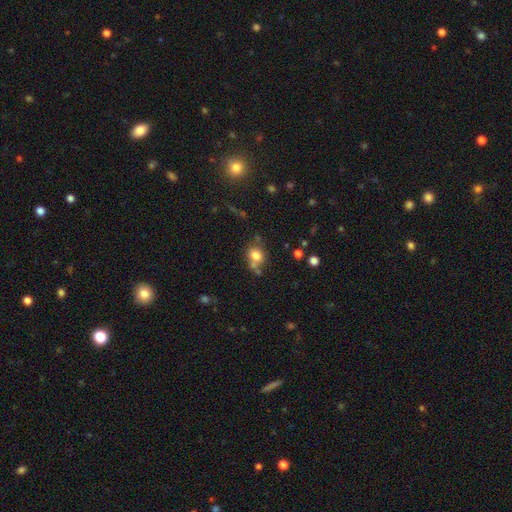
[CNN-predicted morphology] type=smooth (77%); roundness=round (61%); merging=none (56%).